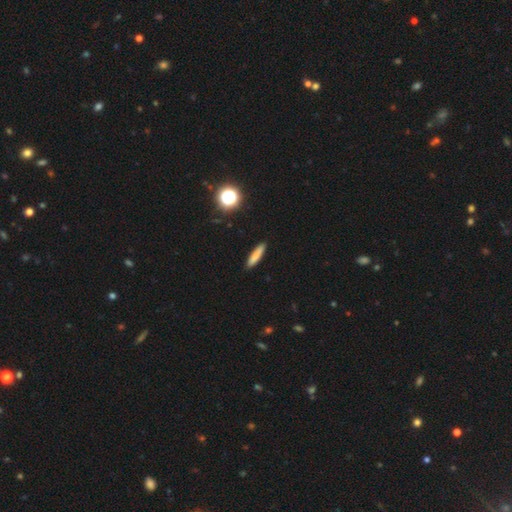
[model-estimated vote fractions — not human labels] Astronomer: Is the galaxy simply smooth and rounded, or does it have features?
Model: smooth — 81%.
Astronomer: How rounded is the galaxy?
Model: cigar-shaped — 83%.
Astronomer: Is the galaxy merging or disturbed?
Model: none — 90%.